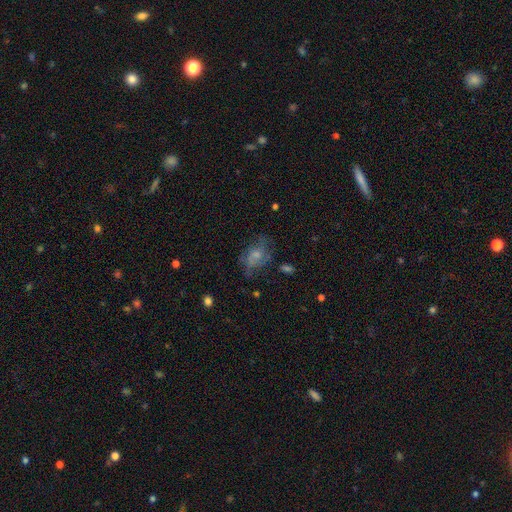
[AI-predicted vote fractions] smooth 46%, featured or disk 43%, star or artifact 11%. Down the decision tree: merging — none (43%).